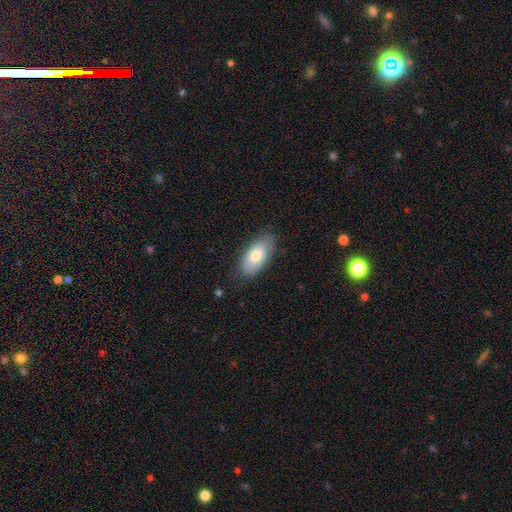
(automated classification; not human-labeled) A smooth galaxy with no disk features (74%) that is in between round and cigar-shaped (93%). Merging: none (80%).